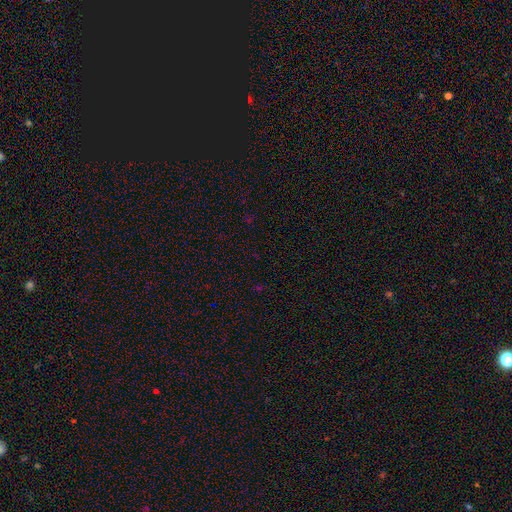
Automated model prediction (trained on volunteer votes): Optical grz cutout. It shows a star or artifact, not a galaxy (68%).